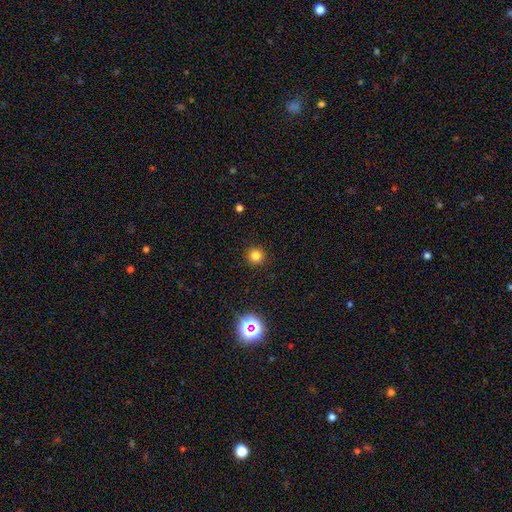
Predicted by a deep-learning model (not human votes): A smooth galaxy with no disk features (79%) that is round (95%).

Vote fractions:
- Smooth or featured? smooth: 79% / star or artifact: 15% / featured or disk: 5%
- How rounded? round: 95% / in between: 4% / cigar-shaped: 1%
- Merging? none: 92% / minor disturbance: 5% / major disturbance: 2% / merger: 1%